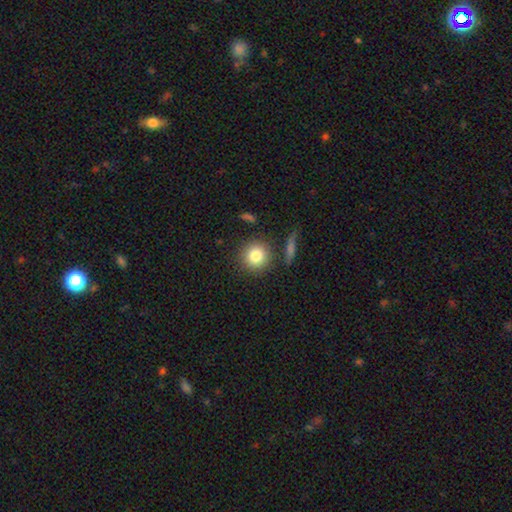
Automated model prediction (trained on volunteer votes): smooth-or-featured: smooth: 82% | star or artifact: 9% | featured or disk: 8%
  how-rounded: round: 90% | in between: 8% | cigar-shaped: 1%
  merging: none: 84% | minor disturbance: 8% | merger: 5% | major disturbance: 3%